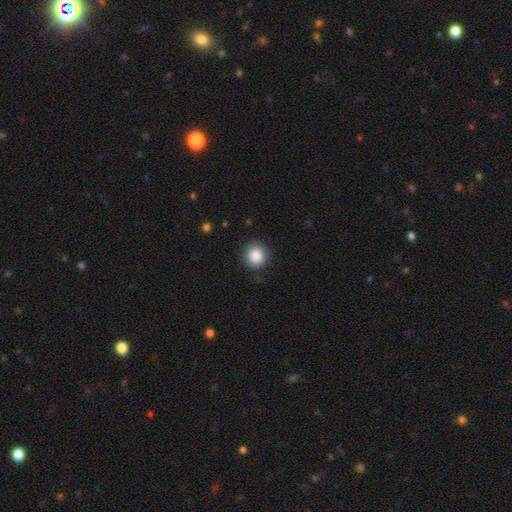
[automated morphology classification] This is clearly a smooth galaxy (87%). How rounded: clearly round (91%). Merging: clearly none (87%).